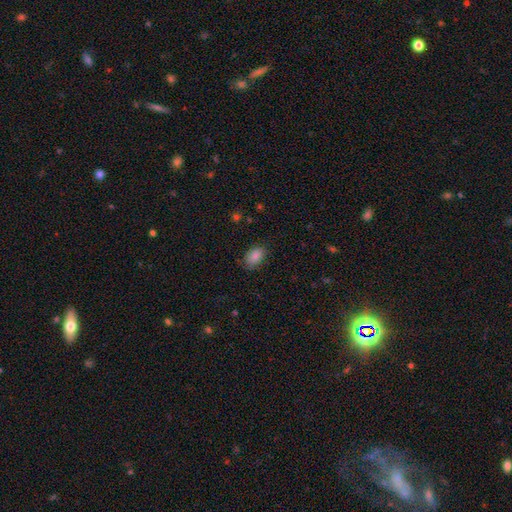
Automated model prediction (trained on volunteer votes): Smooth or featured?
  - smooth: 85% *
  - star or artifact: 9%
  - featured or disk: 6%
How rounded?
  - in between: 88% *
  - round: 11%
  - cigar-shaped: 1%
Merging?
  - none: 80% *
  - minor disturbance: 16%
  - major disturbance: 3%
  - merger: 1%